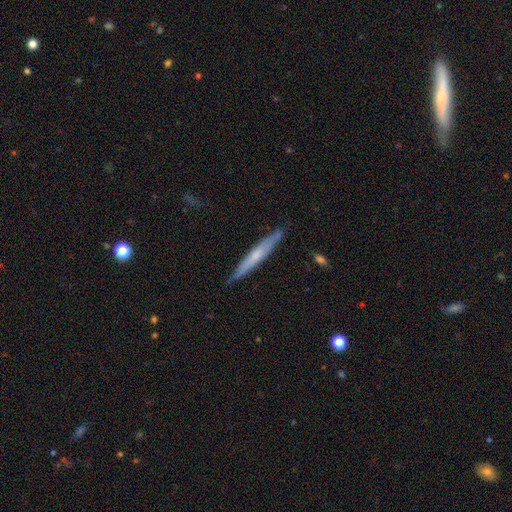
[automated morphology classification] Smooth or featured?
  - featured or disk: 48% *
  - smooth: 46%
  - star or artifact: 6%
Merging?
  - none: 87% *
  - minor disturbance: 10%
  - major disturbance: 2%
  - merger: 1%